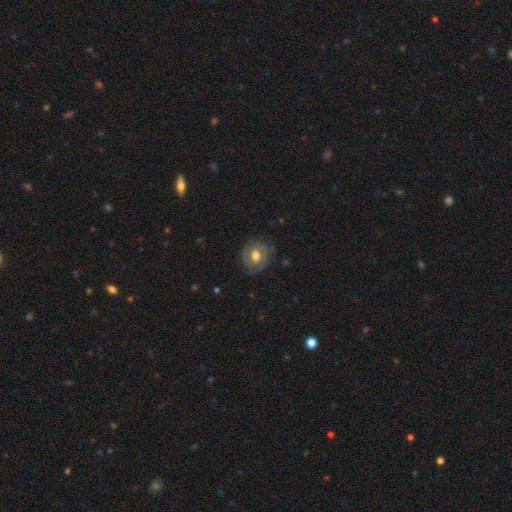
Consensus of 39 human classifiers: Morphology: type=smooth (56%); roundness=round (68%); merging=none (64%).